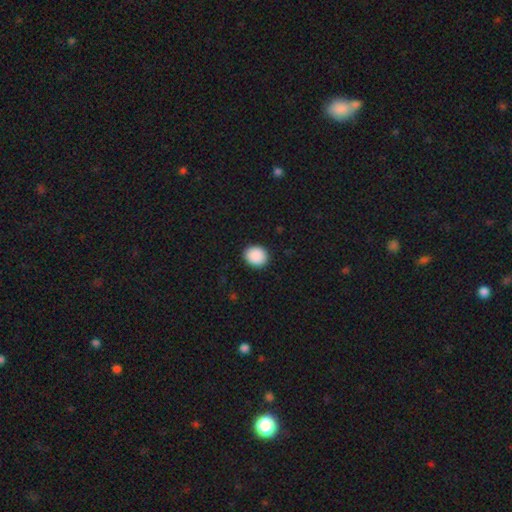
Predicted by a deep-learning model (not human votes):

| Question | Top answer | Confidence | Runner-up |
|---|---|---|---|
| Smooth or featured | smooth | 90% | star or artifact (8%) |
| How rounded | round | 69% | in between (30%) |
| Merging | none | 91% | minor disturbance (6%) |